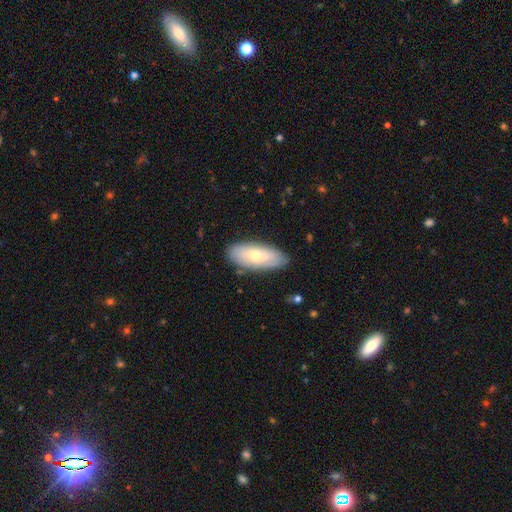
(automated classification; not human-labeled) Smooth or featured? smooth (59%)
How rounded? in between (83%)
Merging? none (83%)